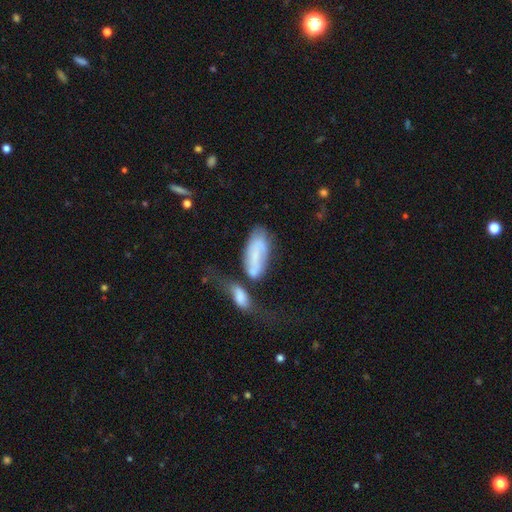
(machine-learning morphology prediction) Smooth or featured? smooth (52%)
How rounded? in between (80%)
Merging? merger (45%)